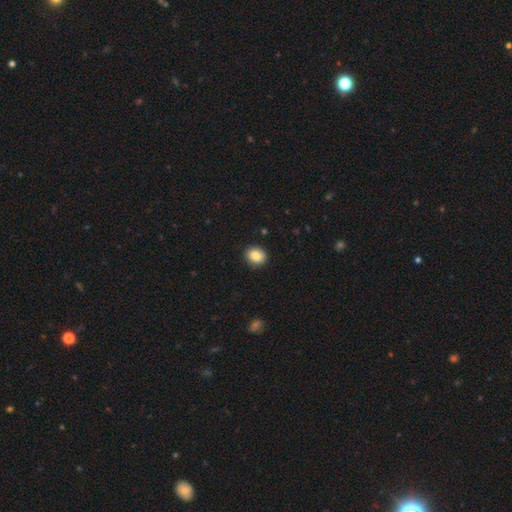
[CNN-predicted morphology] Smooth or featured? Predicted: smooth (p=0.85). How rounded? Predicted: round (p=0.62). Merging? Predicted: none (p=0.90).